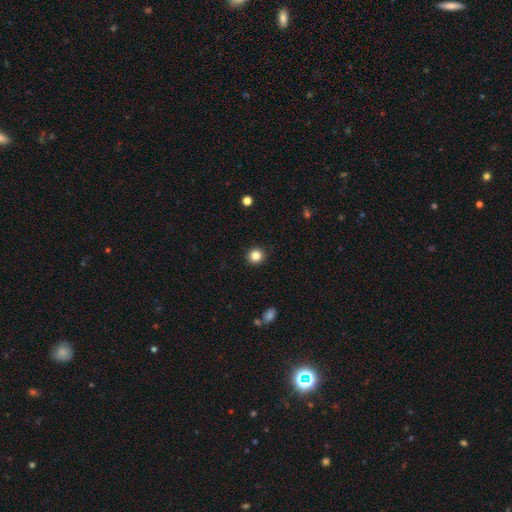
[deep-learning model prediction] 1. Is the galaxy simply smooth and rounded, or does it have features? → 84% smooth, 11% star or artifact, 5% featured or disk.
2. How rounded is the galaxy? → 93% round, 6% in between, 1% cigar-shaped.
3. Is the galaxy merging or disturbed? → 92% none, 5% minor disturbance, 2% major disturbance, 1% merger.